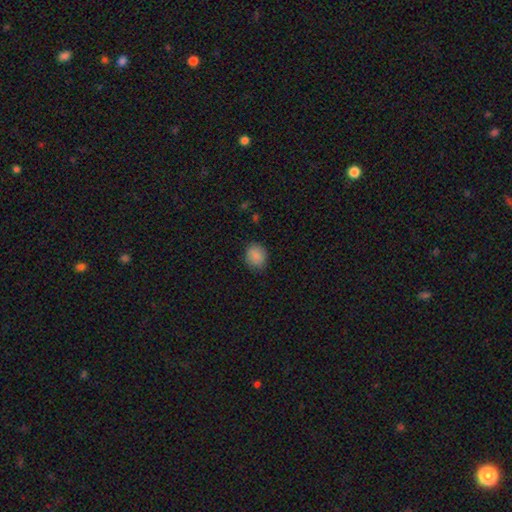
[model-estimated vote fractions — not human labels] A smooth galaxy with no disk features (87%) that is round (68%). Merging: none (84%).